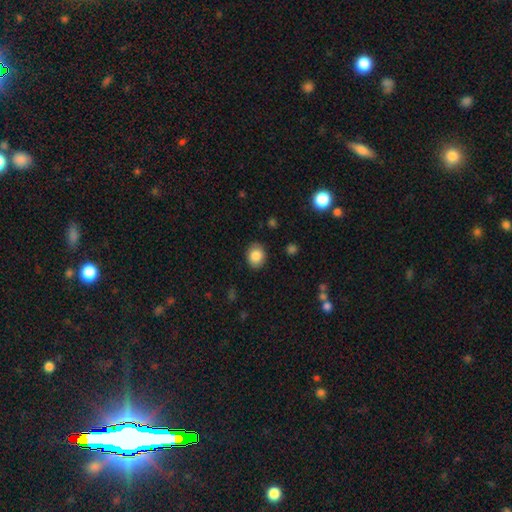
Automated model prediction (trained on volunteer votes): Overall: smooth (86%). How rounded: round (57%; in between 43%). Merging: none (87%).